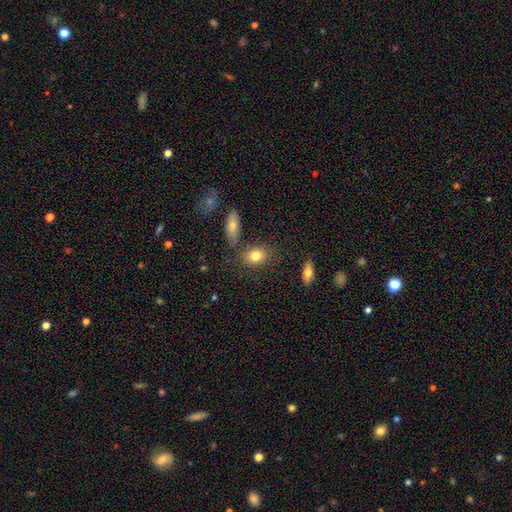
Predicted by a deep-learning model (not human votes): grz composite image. It shows a smooth galaxy with no disk features (81%) that is in between round and cigar-shaped (63%). Merging: none (71%).